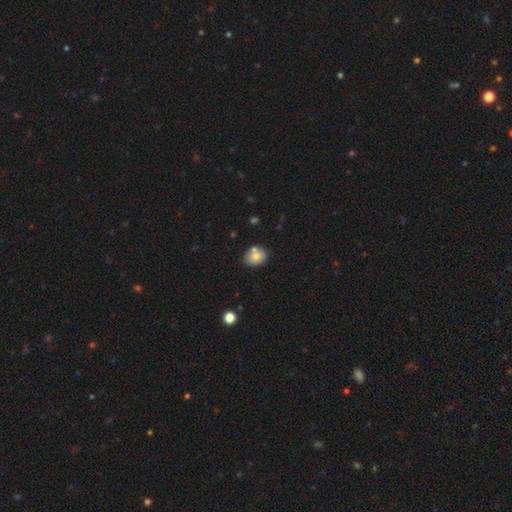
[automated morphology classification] smooth_or_featured: smooth (p=0.76) [alt: featured or disk p=0.14]
how_rounded: in between (p=0.58) [alt: round p=0.41]
merging: none (p=0.65) [alt: merger p=0.17]